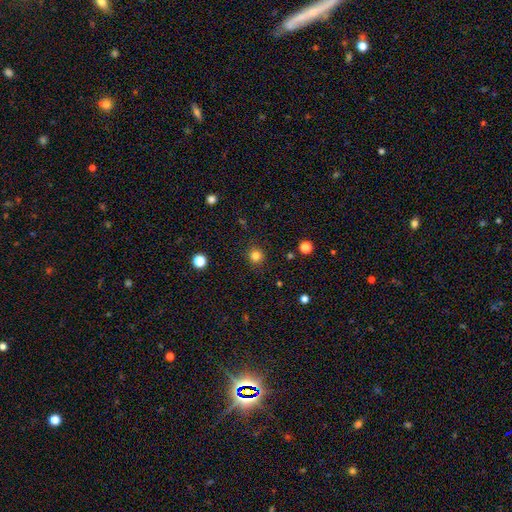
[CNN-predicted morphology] The model was most divided on "smooth or featured": smooth: 81%, star or artifact: 14%, featured or disk: 5%. More confident: how rounded — round (93%); merging — none (90%).